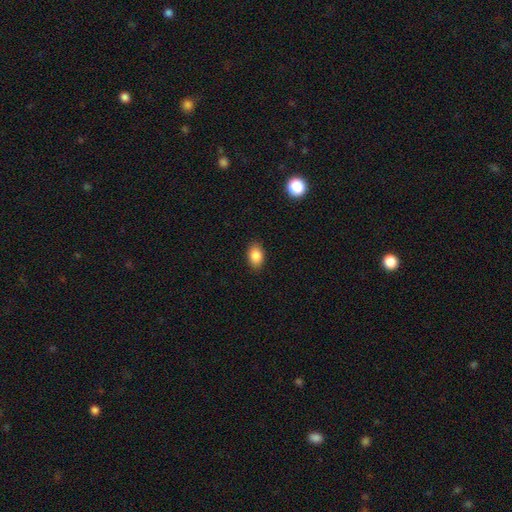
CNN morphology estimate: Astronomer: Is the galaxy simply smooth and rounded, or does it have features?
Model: smooth — 87%.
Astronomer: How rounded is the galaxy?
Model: in between — 86%.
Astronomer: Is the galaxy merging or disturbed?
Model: none — 88%.